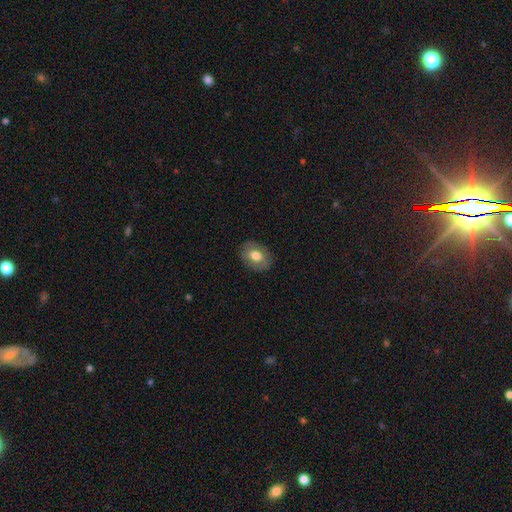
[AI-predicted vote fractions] Morphology: type=smooth (70%); roundness=in between (68%); merging=none (86%).